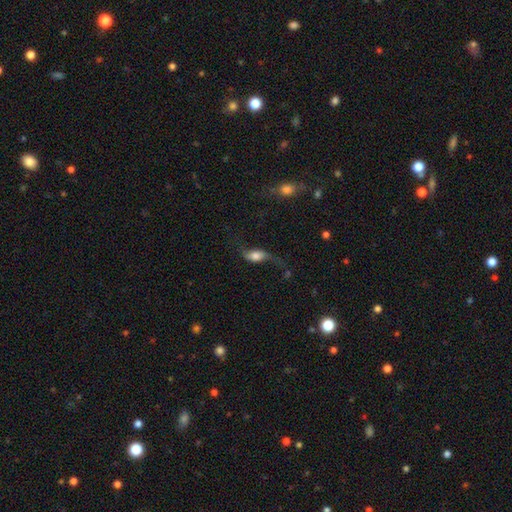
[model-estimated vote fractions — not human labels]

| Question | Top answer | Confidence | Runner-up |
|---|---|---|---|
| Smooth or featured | featured or disk | 47% | smooth (44%) |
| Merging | none | 43% | major disturbance (30%) |